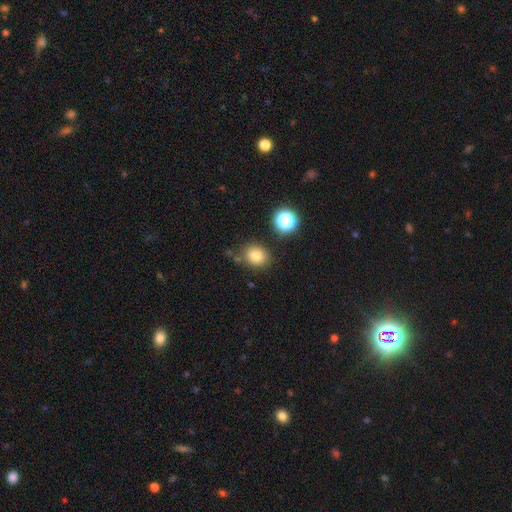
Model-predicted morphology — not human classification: A smooth galaxy with no disk features (78%) that is round (70%). Merging: none (79%).